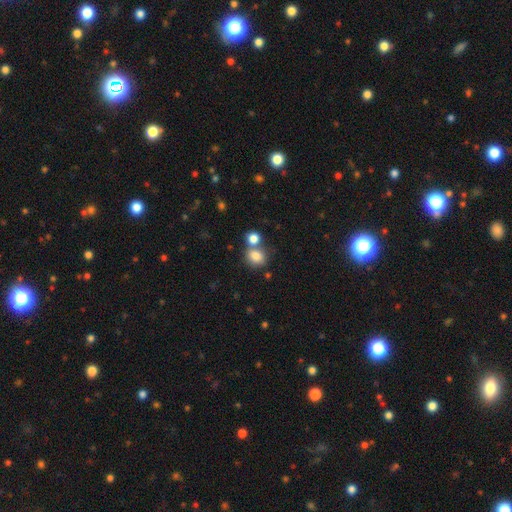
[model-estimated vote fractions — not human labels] This appears to be a smooth galaxy with no disk features (82%) that is round (62%). Merging: none (51%).